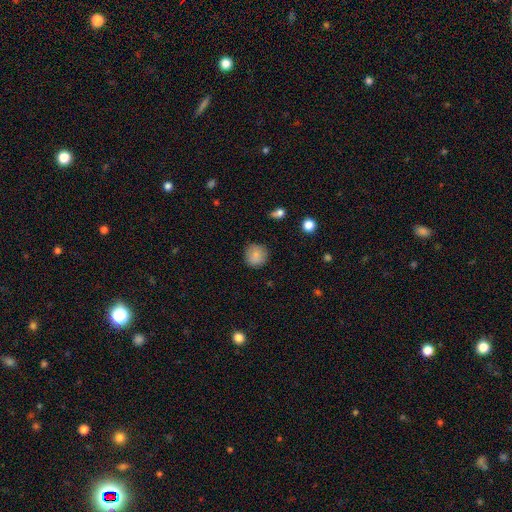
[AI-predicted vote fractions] smooth_or_featured: smooth (p=0.84) [alt: star or artifact p=0.09]
how_rounded: round (p=0.91) [alt: in between p=0.08]
merging: none (p=0.86) [alt: minor disturbance p=0.10]